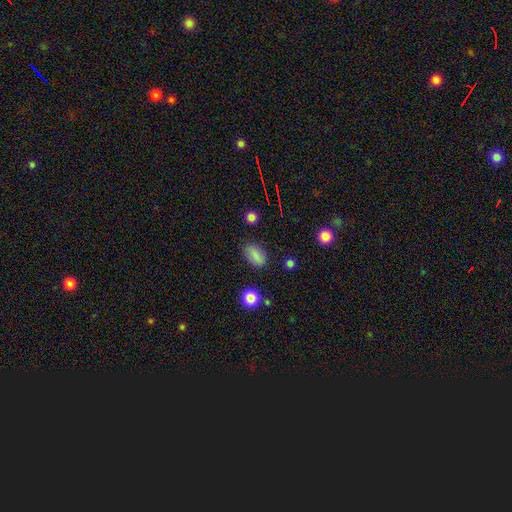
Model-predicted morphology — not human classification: Smooth or featured: smooth — 82% (star or artifact — 11%)
How rounded: in between — 88% (round — 10%)
Merging: none — 78% (minor disturbance — 16%)